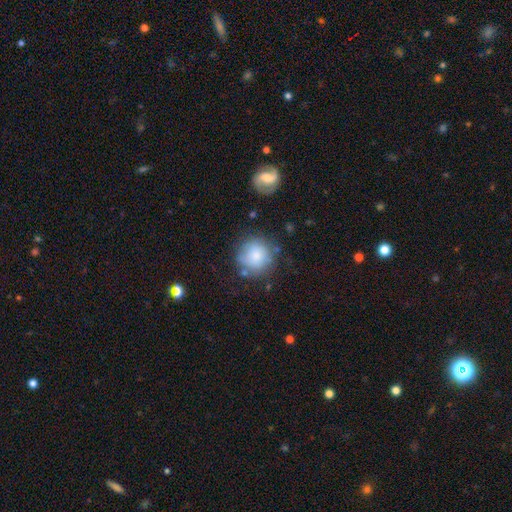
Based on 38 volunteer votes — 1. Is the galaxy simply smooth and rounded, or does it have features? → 74% smooth, 18% featured or disk, 8% star or artifact.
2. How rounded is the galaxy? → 89% round, 11% in between, 0% cigar-shaped.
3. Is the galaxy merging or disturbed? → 57% none, 26% minor disturbance, 11% major disturbance, 6% merger.